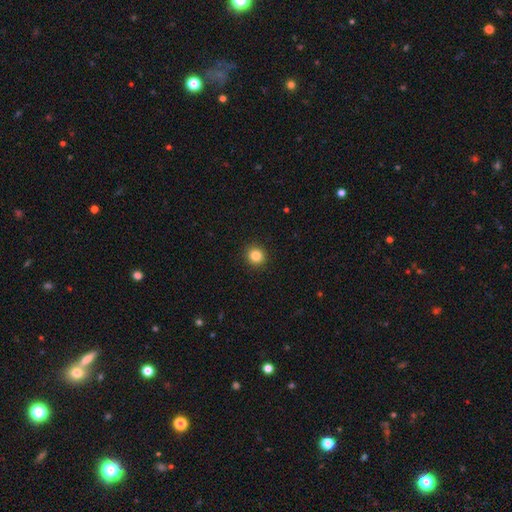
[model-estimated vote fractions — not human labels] A smooth galaxy with no disk features (84%) that is round (89%). Merging: none (92%).